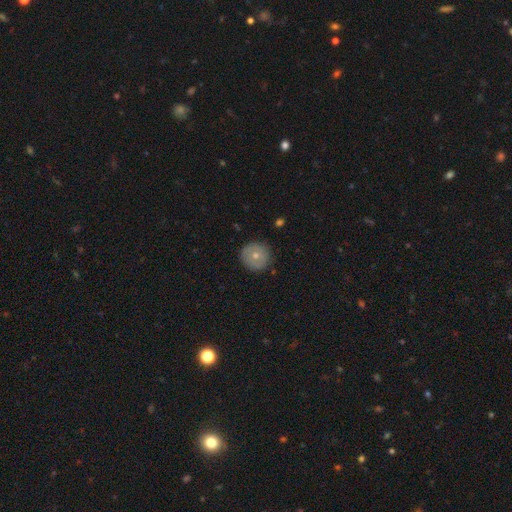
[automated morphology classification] A smooth galaxy with no disk features (64%) that is round (94%).

Vote fractions:
- Smooth or featured? smooth: 64% / featured or disk: 28% / star or artifact: 8%
- How rounded? round: 94% / in between: 5% / cigar-shaped: 1%
- Merging? none: 87% / minor disturbance: 9% / major disturbance: 2% / merger: 1%